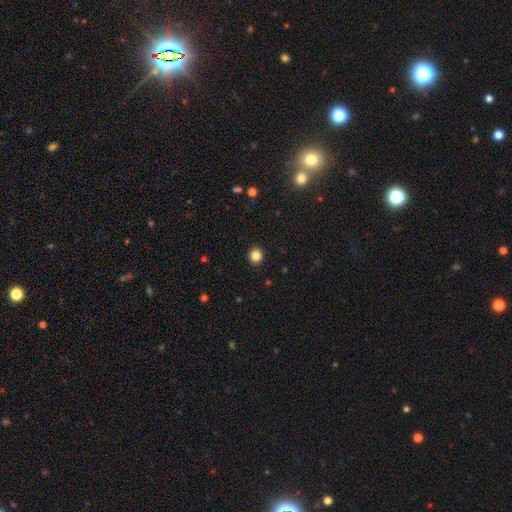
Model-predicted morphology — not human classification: A smooth galaxy with no disk features (84%) that is round (87%).

Vote fractions:
- Smooth or featured? smooth: 84% / star or artifact: 11% / featured or disk: 4%
- How rounded? round: 87% / in between: 12% / cigar-shaped: 1%
- Merging? none: 92% / minor disturbance: 5% / major disturbance: 2% / merger: 1%